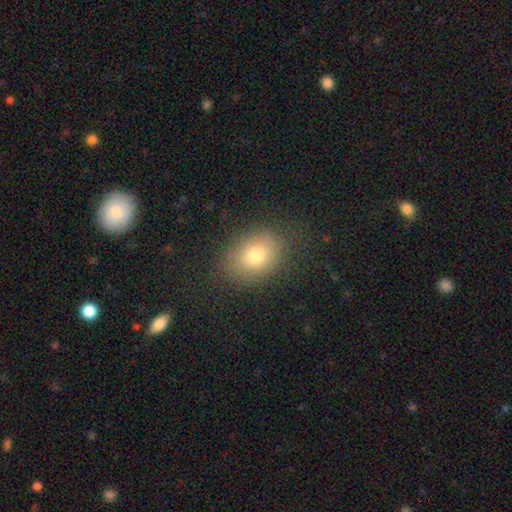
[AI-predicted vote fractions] This appears to be a smooth galaxy with no disk features (77%) that is in between round and cigar-shaped (62%). Merging: none (82%).